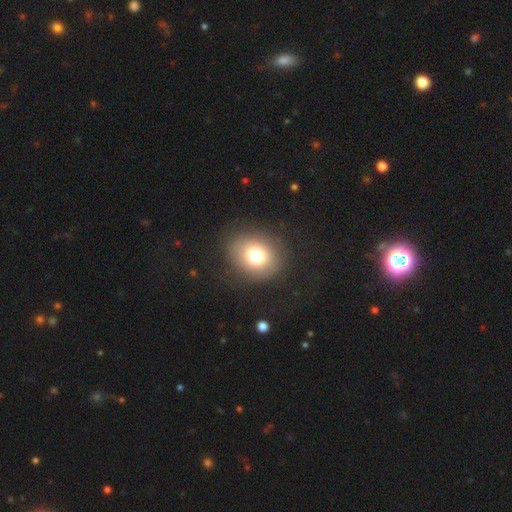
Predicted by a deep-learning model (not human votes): smooth_or_featured: smooth (p=0.76) [alt: star or artifact p=0.12]
how_rounded: round (p=0.69) [alt: in between p=0.31]
merging: none (p=0.85) [alt: minor disturbance p=0.09]